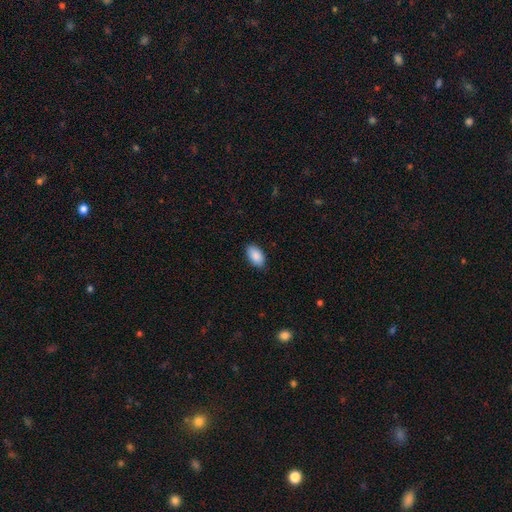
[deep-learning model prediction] This is clearly a smooth galaxy (89%). How rounded: clearly in between (95%). Merging: clearly none (87%).